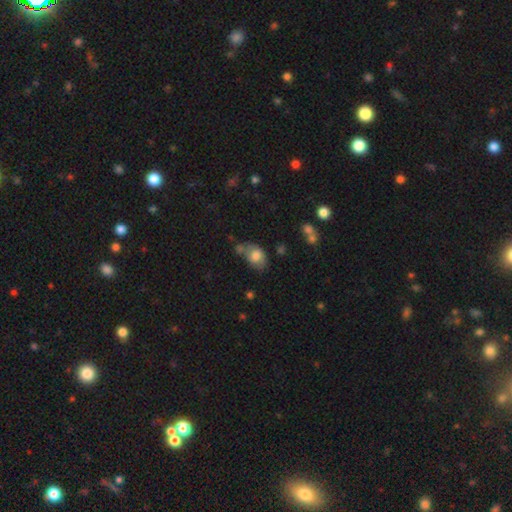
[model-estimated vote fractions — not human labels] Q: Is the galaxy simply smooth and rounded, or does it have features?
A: smooth — 71%.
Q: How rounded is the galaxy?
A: in between — 80%.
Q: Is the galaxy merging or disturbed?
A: none — 37%.